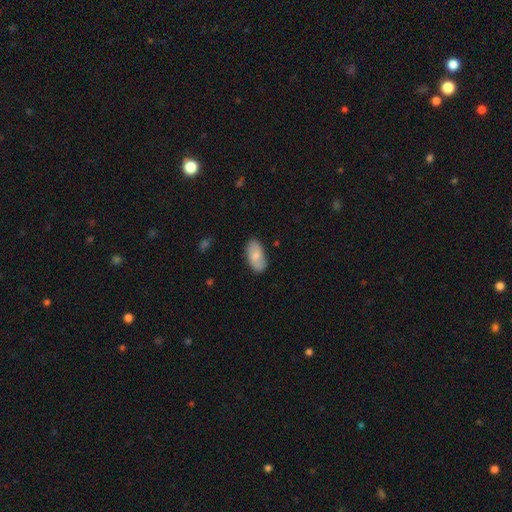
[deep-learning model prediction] Smooth or featured? Predicted: smooth (p=0.74). How rounded? Predicted: in between (p=0.94). Merging? Predicted: none (p=0.81).